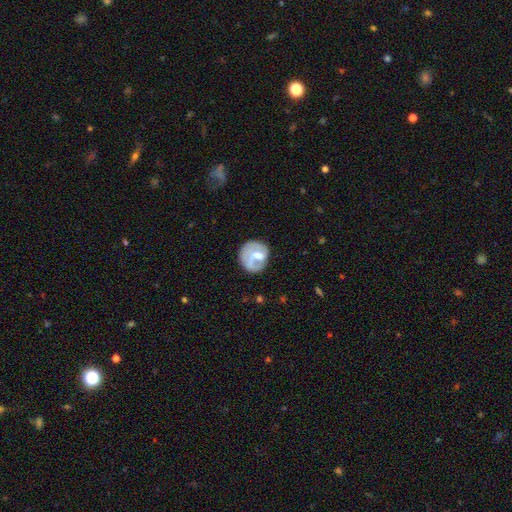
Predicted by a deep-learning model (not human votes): featured or disk 50%, smooth 43%, star or artifact 7%. Down the decision tree: edge-on disk — no (97%); merging — none (59%).